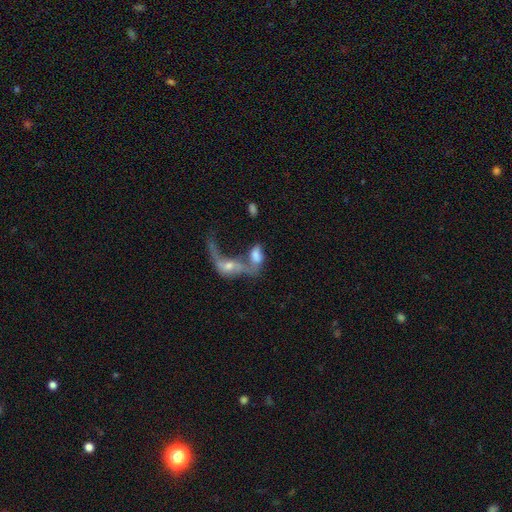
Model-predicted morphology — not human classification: smooth-or-featured: smooth: 54% | featured or disk: 36% | star or artifact: 10%
  how-rounded: in between: 87% | cigar-shaped: 7% | round: 6%
  merging: merger: 73% | major disturbance: 12% | none: 9% | minor disturbance: 5%